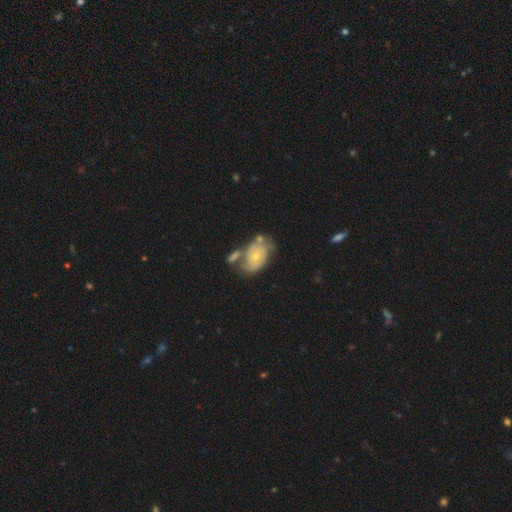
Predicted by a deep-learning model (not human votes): smooth-or-featured: featured or disk: 66% | smooth: 27% | star or artifact: 6%
  disk-edge-on: no: 96% | yes: 4%
    bar: no: 80% | weak: 16% | strong: 3%
    has-spiral-arms: yes: 72% | no: 28%
    bulge-size: small: 49% | moderate: 47% | large: 2% | none: 1% | dominant: 1%
  merging: none: 39% | merger: 26% | minor disturbance: 22% | major disturbance: 12%